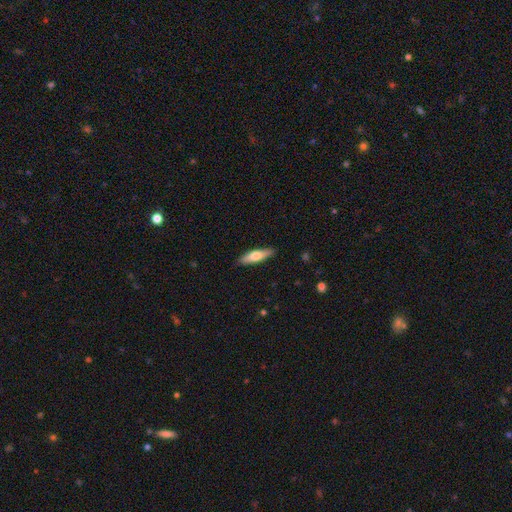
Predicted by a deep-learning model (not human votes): The model was most divided on "smooth or featured": smooth: 62%, featured or disk: 33%, star or artifact: 5%. More confident: merging — none (88%); how rounded — cigar-shaped (66%).